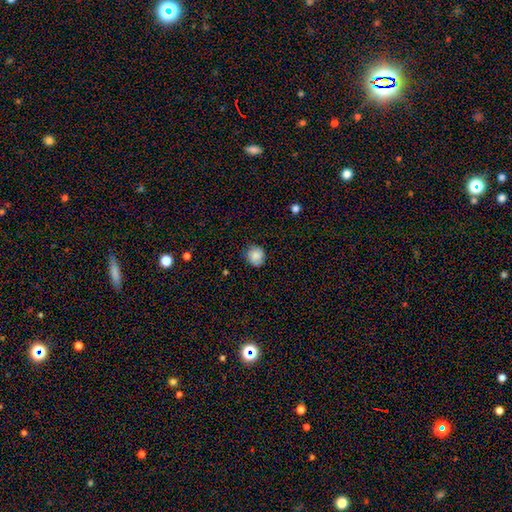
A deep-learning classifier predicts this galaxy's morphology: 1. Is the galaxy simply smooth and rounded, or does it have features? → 84% smooth, 8% star or artifact, 8% featured or disk.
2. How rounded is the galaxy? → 86% round, 13% in between, 1% cigar-shaped.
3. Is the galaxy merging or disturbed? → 83% none, 13% minor disturbance, 3% major disturbance, 1% merger.